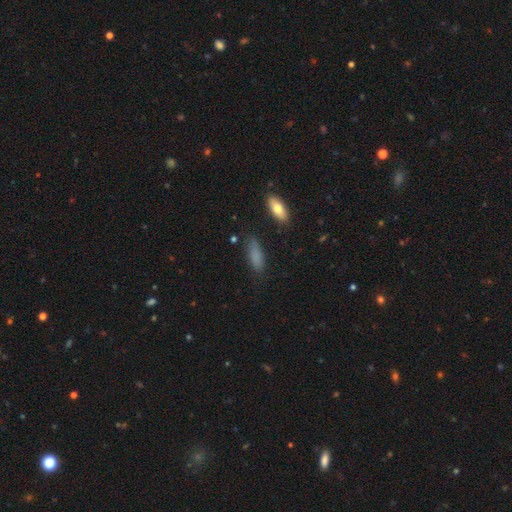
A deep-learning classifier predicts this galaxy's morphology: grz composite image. It shows a smooth galaxy with no disk features (81%) that is in between round and cigar-shaped (59%). Merging: none (74%).